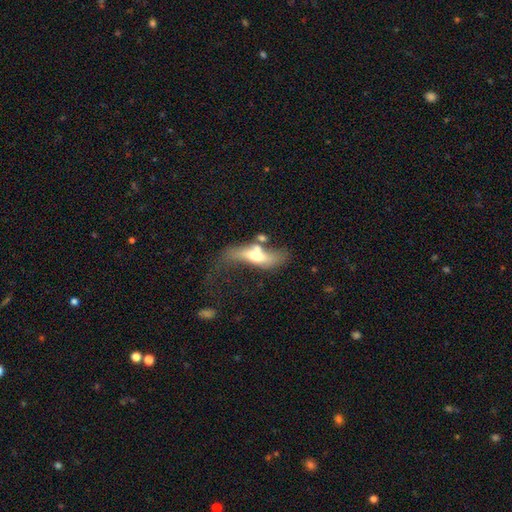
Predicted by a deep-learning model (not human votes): Smooth or featured: featured or disk — 50% (smooth — 43%)
Merging: merger — 33% (major disturbance — 26%)